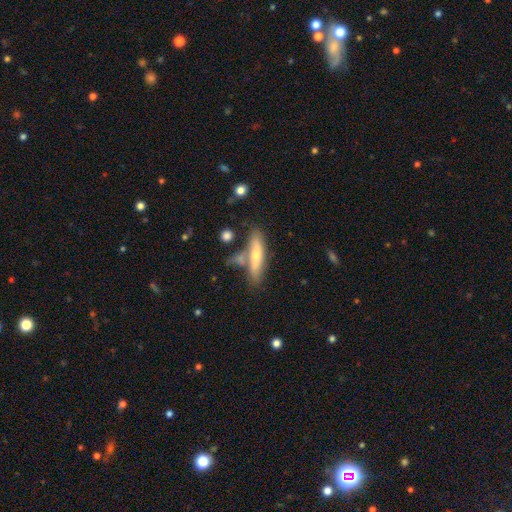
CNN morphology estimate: type=smooth (53%); roundness=cigar-shaped (75%); merging=none (59%).